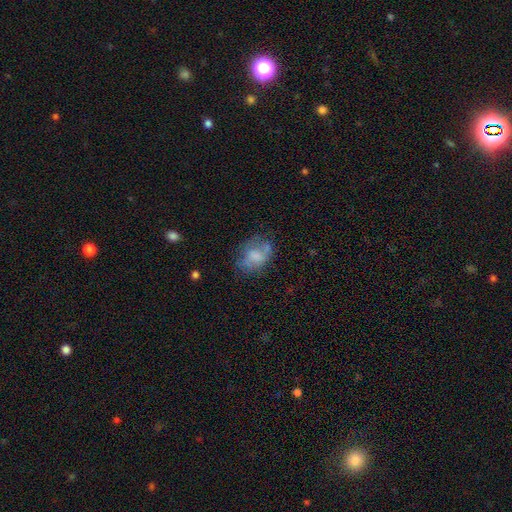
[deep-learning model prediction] Q: Smooth or featured?
A: smooth (58%); runner-up: featured or disk (32%)
Q: How rounded?
A: in between (70%); runner-up: round (28%)
Q: Merging?
A: none (46%); runner-up: minor disturbance (27%)